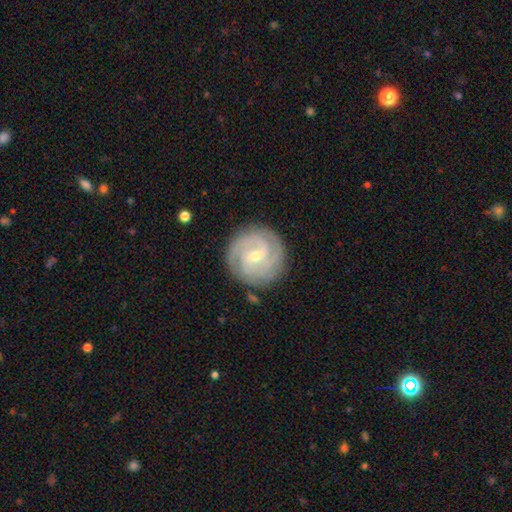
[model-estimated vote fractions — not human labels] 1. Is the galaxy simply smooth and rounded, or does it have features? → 85% featured or disk, 10% smooth, 5% star or artifact.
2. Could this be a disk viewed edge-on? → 98% no, 2% yes.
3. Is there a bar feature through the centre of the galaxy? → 56% weak, 28% no, 16% strong.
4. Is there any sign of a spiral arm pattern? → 97% yes, 3% no.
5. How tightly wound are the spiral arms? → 68% tight, 27% medium, 5% loose.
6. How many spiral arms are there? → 36% 3, 20% 2, 18% can't tell, 16% 4, 5% more than 4, 5% 1.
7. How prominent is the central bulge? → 60% small, 37% moderate, 1% large, 1% none, 1% dominant.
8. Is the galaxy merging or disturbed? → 86% none, 10% minor disturbance, 3% major disturbance, 1% merger.